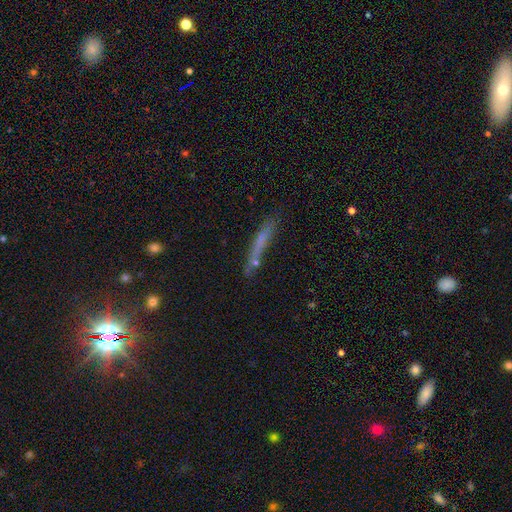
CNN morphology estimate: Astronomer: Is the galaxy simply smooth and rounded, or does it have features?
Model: smooth — 61%.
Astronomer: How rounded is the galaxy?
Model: cigar-shaped — 93%.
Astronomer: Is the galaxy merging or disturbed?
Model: none — 70%.